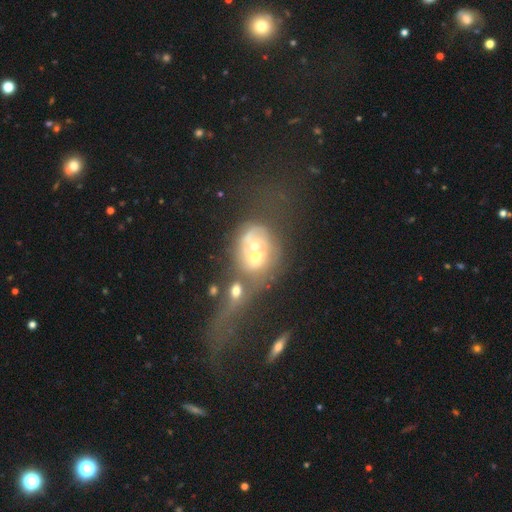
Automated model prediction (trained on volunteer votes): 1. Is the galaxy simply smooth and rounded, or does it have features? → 51% featured or disk, 36% smooth, 13% star or artifact.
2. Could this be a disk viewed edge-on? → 93% no, 7% yes.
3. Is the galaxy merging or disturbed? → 69% merger, 16% major disturbance, 10% none, 5% minor disturbance.